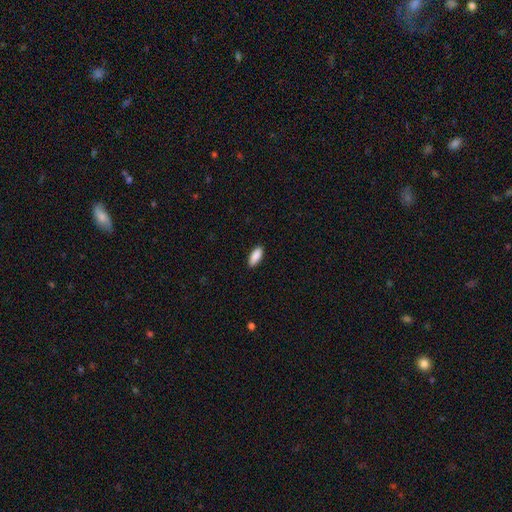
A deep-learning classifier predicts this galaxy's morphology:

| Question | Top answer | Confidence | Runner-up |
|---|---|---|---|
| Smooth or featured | smooth | 90% | star or artifact (6%) |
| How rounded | in between | 81% | cigar-shaped (17%) |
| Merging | none | 90% | minor disturbance (8%) |